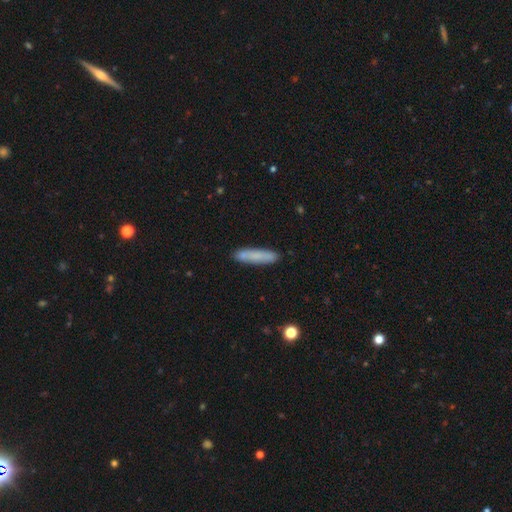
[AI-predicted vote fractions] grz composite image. It shows a smooth galaxy with no disk features (78%) that is cigar-shaped (87%). Merging: none (84%).